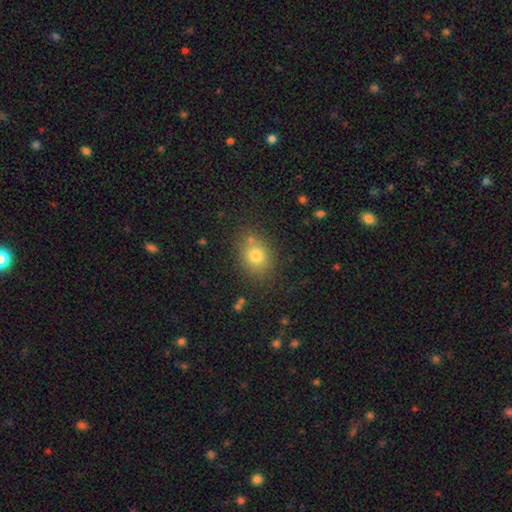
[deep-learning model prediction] Overall: smooth (77%). How rounded: round (60%; in between 39%). Merging: none (74%).